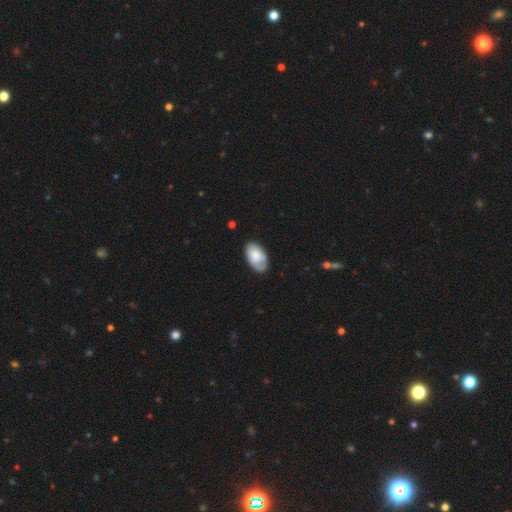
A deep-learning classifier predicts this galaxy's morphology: The model was most divided on "merging": none: 64%, minor disturbance: 27%, major disturbance: 6%, merger: 2%. More confident: how rounded — in between (94%); smooth or featured — smooth (71%).